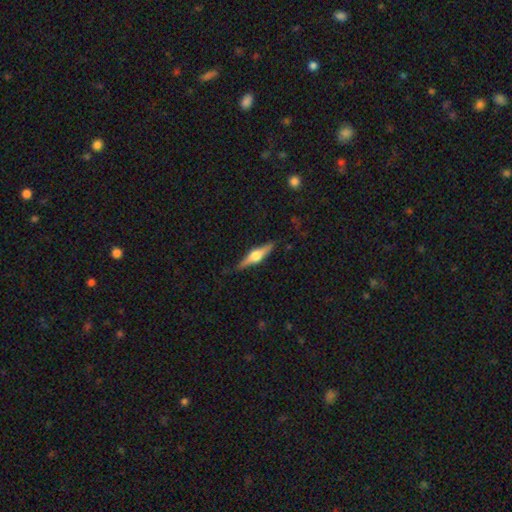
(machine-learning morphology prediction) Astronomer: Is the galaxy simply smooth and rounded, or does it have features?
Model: featured or disk — 73%.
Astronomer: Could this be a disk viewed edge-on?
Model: yes — 97%.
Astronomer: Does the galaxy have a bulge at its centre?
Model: rounded — 94%.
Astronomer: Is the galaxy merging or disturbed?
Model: none — 87%.